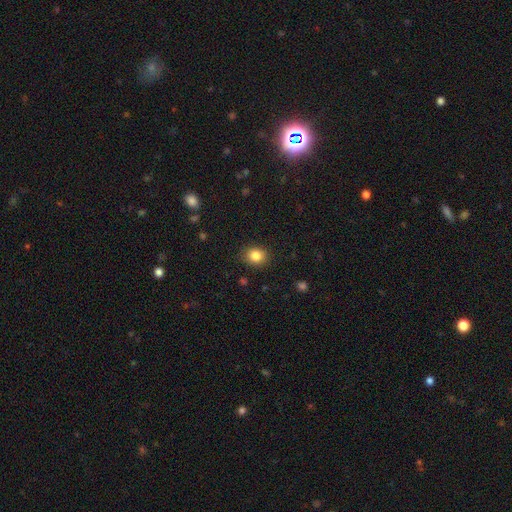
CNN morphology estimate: type=smooth (85%); roundness=round (64%); merging=none (87%).